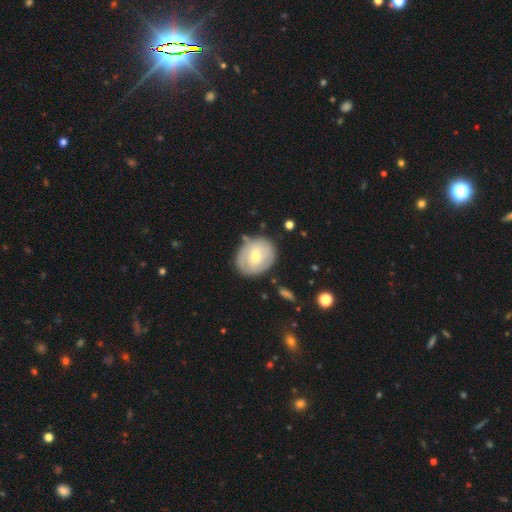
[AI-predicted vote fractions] Morphology: type=featured or disk (51%); edge-on=no (95%); merging=none (75%).